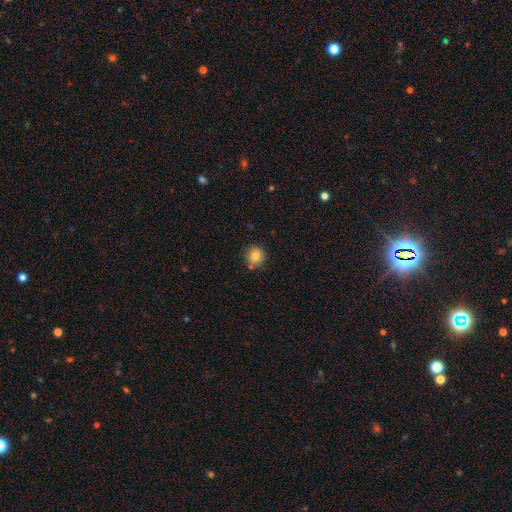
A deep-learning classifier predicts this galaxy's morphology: Smooth or featured: smooth — 81% (star or artifact — 10%)
How rounded: round — 89% (in between — 10%)
Merging: none — 82% (minor disturbance — 11%)